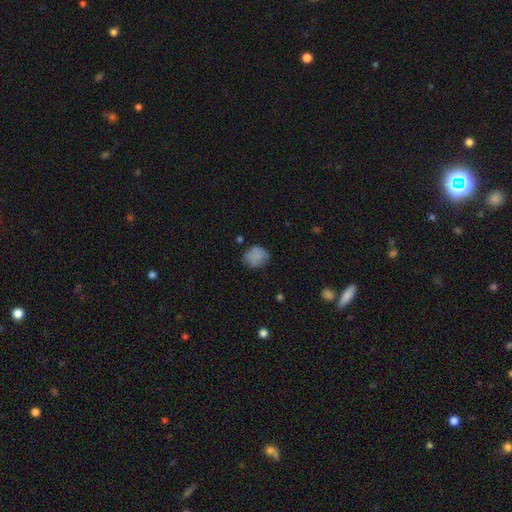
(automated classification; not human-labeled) smooth_or_featured: smooth (p=0.76) [alt: featured or disk p=0.13]
how_rounded: round (p=0.61) [alt: in between p=0.38]
merging: none (p=0.62) [alt: minor disturbance p=0.26]